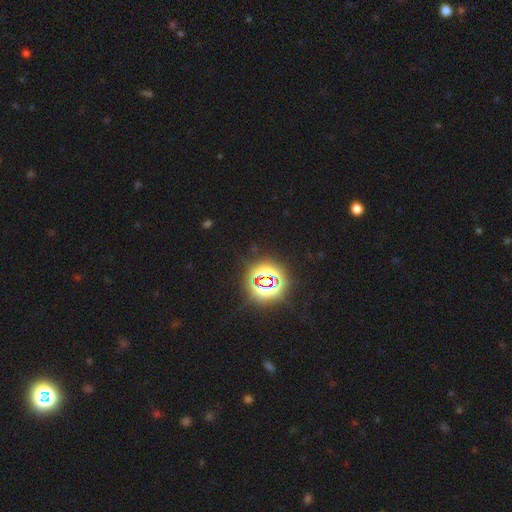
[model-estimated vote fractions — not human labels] star or artifact 83%, smooth 12%, featured or disk 5%.